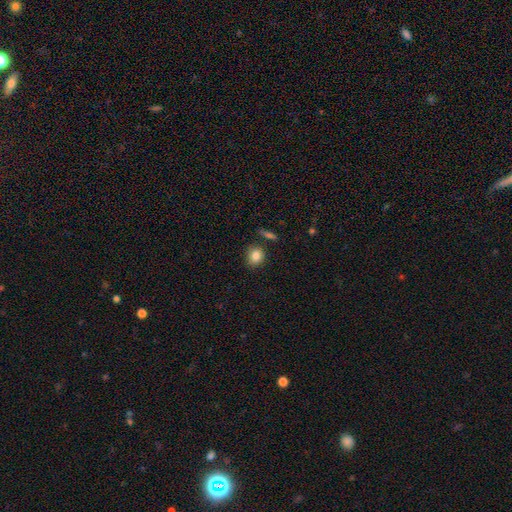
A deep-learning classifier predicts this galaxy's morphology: type=smooth (84%); roundness=round (73%); merging=none (81%).